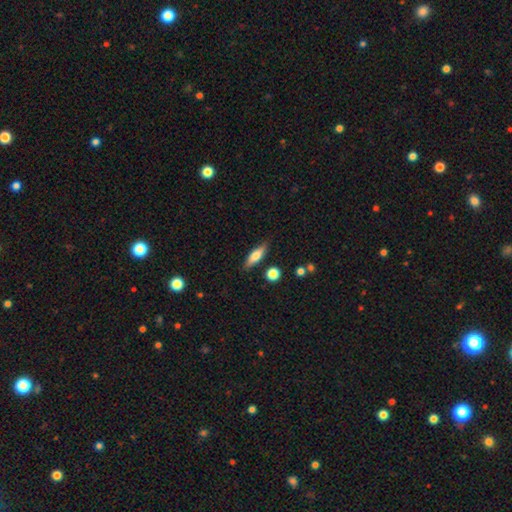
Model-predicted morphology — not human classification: type=smooth (60%); roundness=cigar-shaped (52%); merging=none (83%).